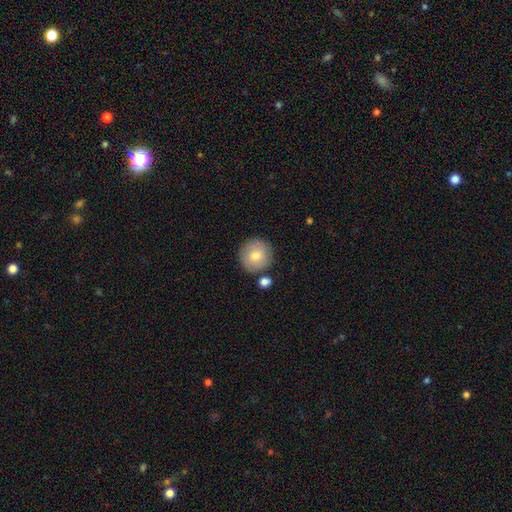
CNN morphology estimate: smooth_or_featured: smooth (p=0.76) [alt: featured or disk p=0.16]
how_rounded: round (p=0.95) [alt: in between p=0.04]
merging: none (p=0.81) [alt: minor disturbance p=0.10]